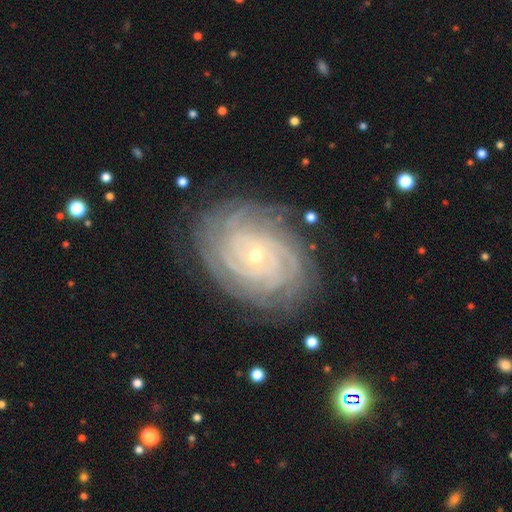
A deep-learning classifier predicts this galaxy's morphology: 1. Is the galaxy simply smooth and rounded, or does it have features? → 90% featured or disk, 5% star or artifact, 5% smooth.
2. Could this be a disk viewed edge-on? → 97% no, 3% yes.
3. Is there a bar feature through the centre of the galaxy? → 73% no, 20% weak, 7% strong.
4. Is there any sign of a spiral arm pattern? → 98% yes, 2% no.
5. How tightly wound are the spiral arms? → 86% tight, 12% medium, 2% loose.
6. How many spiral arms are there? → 23% 4, 22% can't tell, 21% more than 4, 14% 3, 11% 2, 8% 1.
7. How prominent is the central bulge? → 75% small, 22% moderate, 1% large, 1% none, 1% dominant.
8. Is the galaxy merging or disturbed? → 82% none, 13% minor disturbance, 4% major disturbance, 1% merger.